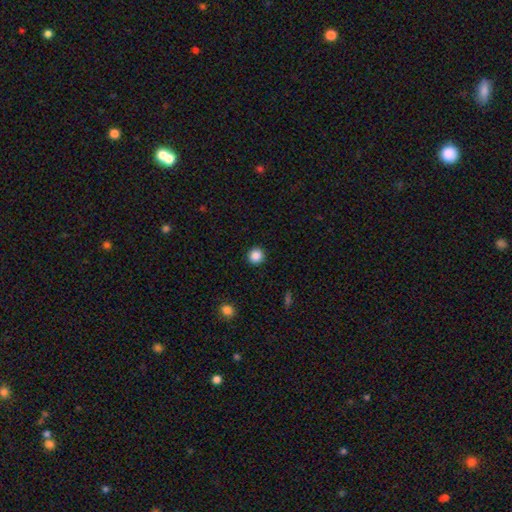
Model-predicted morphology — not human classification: Q: Smooth or featured?
A: smooth (87%); runner-up: star or artifact (10%)
Q: How rounded?
A: round (94%); runner-up: in between (5%)
Q: Merging?
A: none (93%); runner-up: minor disturbance (5%)